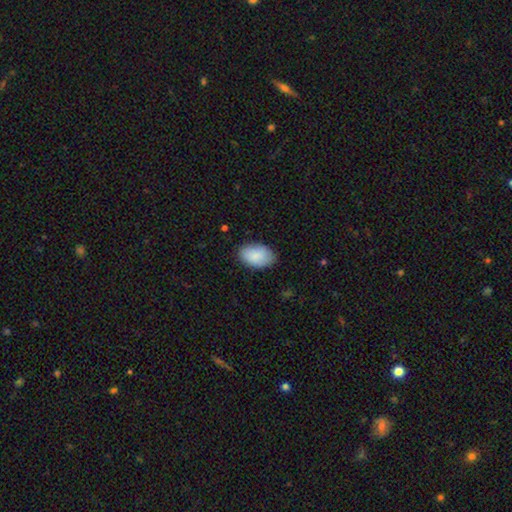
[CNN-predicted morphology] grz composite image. It shows a smooth galaxy with no disk features (88%) that is in between round and cigar-shaped (93%). Merging: none (83%).